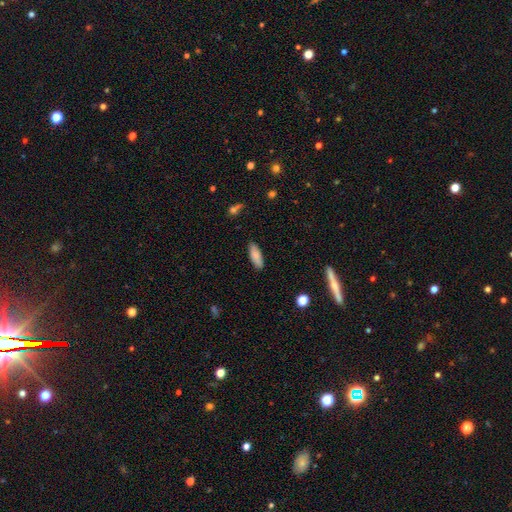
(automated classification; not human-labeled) smooth-or-featured: smooth: 82% | featured or disk: 11% | star or artifact: 7%
  how-rounded: in between: 64% | cigar-shaped: 34% | round: 2%
  merging: none: 87% | minor disturbance: 10% | major disturbance: 2% | merger: 1%